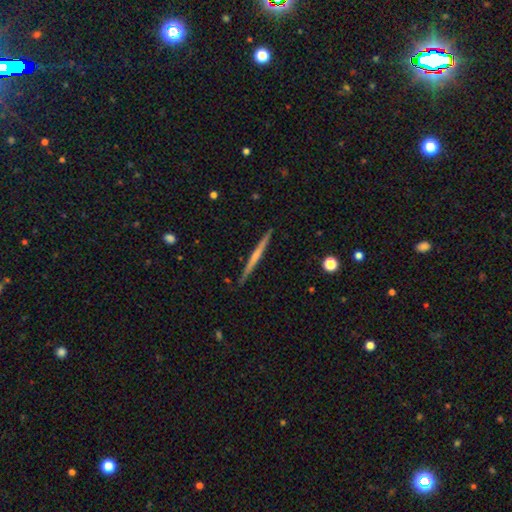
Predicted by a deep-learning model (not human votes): Smooth or featured?
  - featured or disk: 59% *
  - smooth: 36%
  - star or artifact: 6%
Edge-on disk?
  - yes: 98% *
  - no: 2%
Edge-on bulge?
  - none: 71% *
  - rounded: 22%
  - boxy: 7%
Merging?
  - none: 91% *
  - minor disturbance: 7%
  - major disturbance: 1%
  - merger: 1%